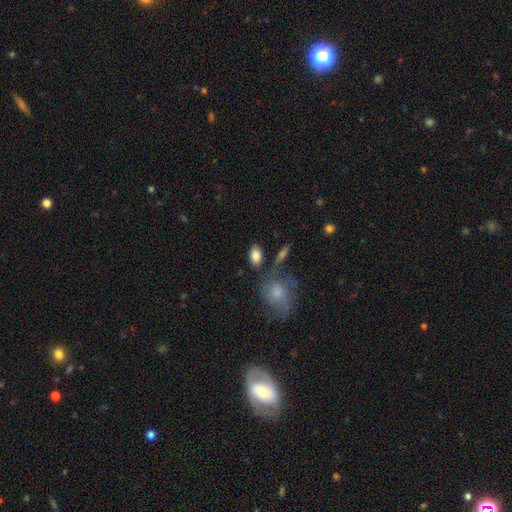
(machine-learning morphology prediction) Smooth or featured: smooth — 83% (featured or disk — 10%)
How rounded: in between — 87% (round — 10%)
Merging: none — 75% (minor disturbance — 12%)